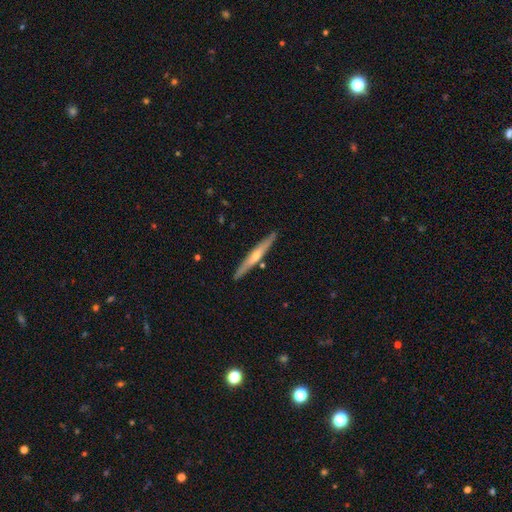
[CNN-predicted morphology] The model was most divided on "smooth or featured": featured or disk: 61%, smooth: 33%, star or artifact: 5%. More confident: edge-on disk — yes (96%); merging — none (89%); edge-on bulge — rounded (71%).